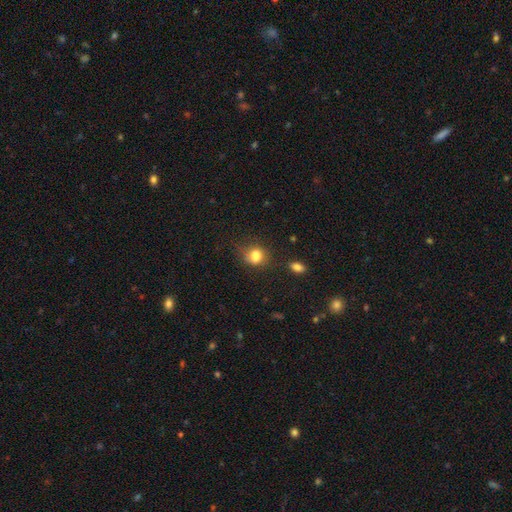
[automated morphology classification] Smooth or featured? smooth (79%)
How rounded? round (54%)
Merging? none (60%)